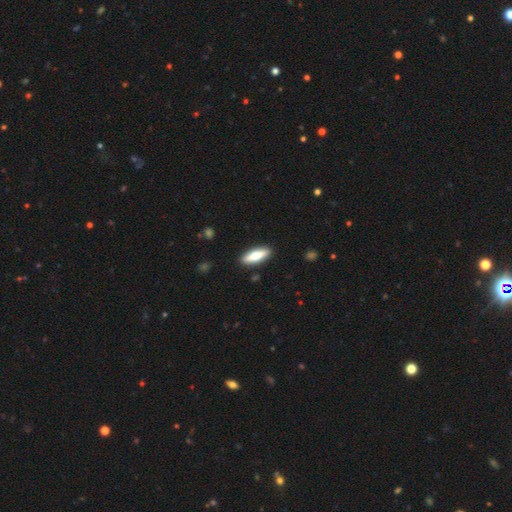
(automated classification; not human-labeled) Smooth or featured?
  - smooth: 66% *
  - featured or disk: 28%
  - star or artifact: 5%
How rounded?
  - cigar-shaped: 49% * (tied)
  - in between: 49% * (tied)
  - round: 2%
Merging?
  - none: 89% *
  - minor disturbance: 8%
  - major disturbance: 2%
  - merger: 1%